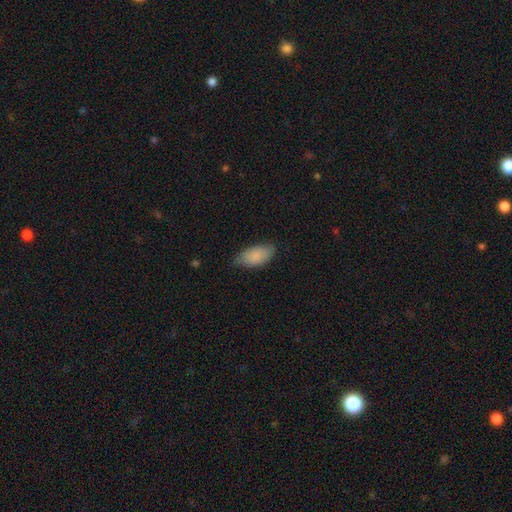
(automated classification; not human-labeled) Q: Smooth or featured?
A: smooth (86%); runner-up: featured or disk (8%)
Q: How rounded?
A: in between (93%); runner-up: cigar-shaped (4%)
Q: Merging?
A: none (71%); runner-up: minor disturbance (24%)